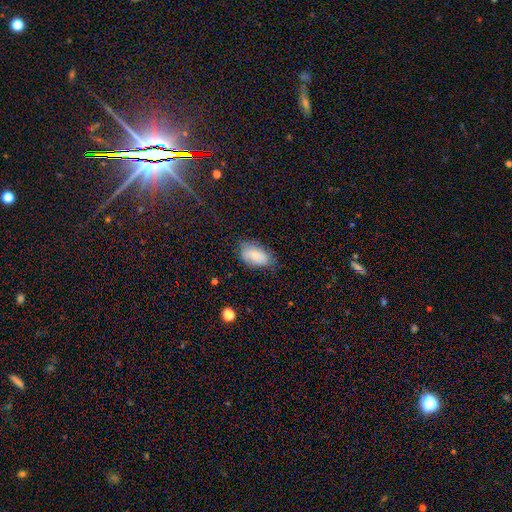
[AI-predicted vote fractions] This appears to be a smooth galaxy with no disk features (78%) that is in between round and cigar-shaped (93%). Merging: none (66%).